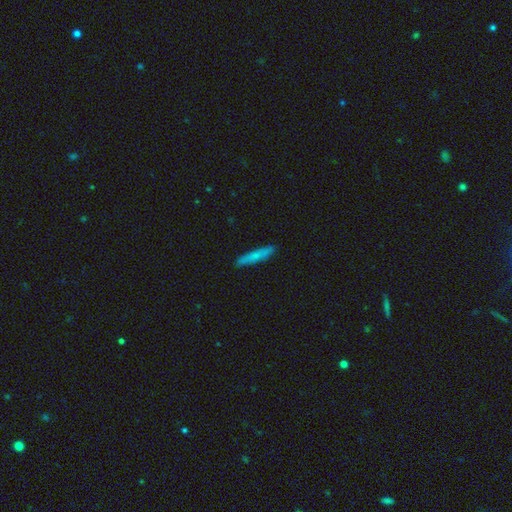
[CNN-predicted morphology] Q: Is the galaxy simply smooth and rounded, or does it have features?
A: smooth — 67%.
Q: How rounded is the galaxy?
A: cigar-shaped — 91%.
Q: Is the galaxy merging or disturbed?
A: none — 87%.